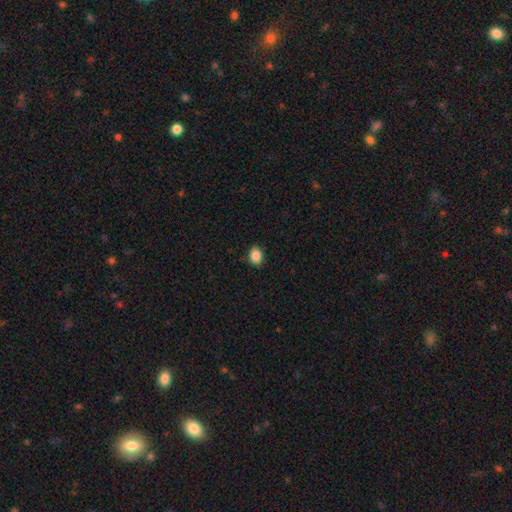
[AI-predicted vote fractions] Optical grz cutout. It shows a smooth galaxy with no disk features (88%) that is in between round and cigar-shaped (59%). Merging: none (89%).